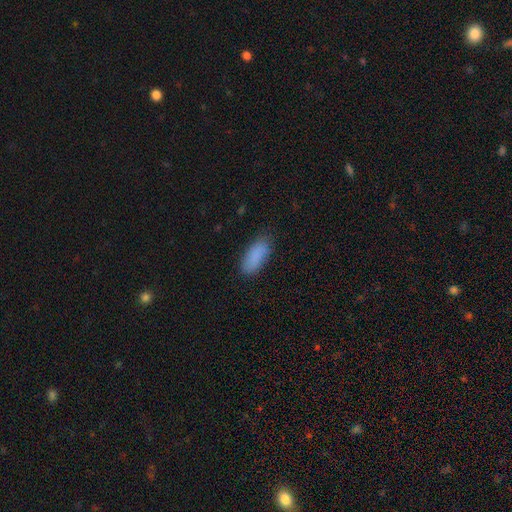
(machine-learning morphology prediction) A smooth galaxy with no disk features (87%) that is in between round and cigar-shaped (81%).

Vote fractions:
- Smooth or featured? smooth: 87% / star or artifact: 7% / featured or disk: 6%
- How rounded? in between: 81% / cigar-shaped: 17% / round: 2%
- Merging? none: 79% / minor disturbance: 16% / major disturbance: 4% / merger: 1%